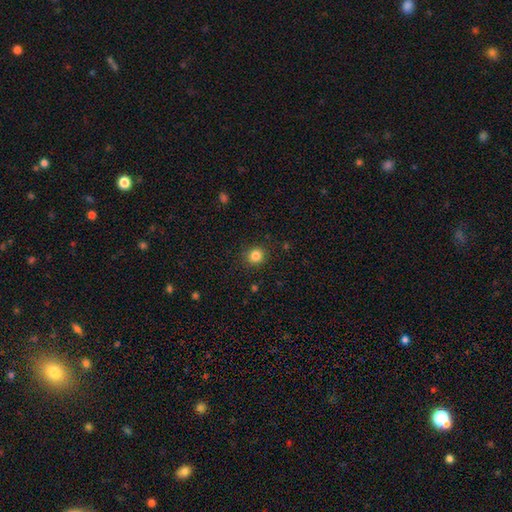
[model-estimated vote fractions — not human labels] smooth 84%, star or artifact 12%, featured or disk 4%. Down the decision tree: how rounded — round (86%); merging — none (89%).